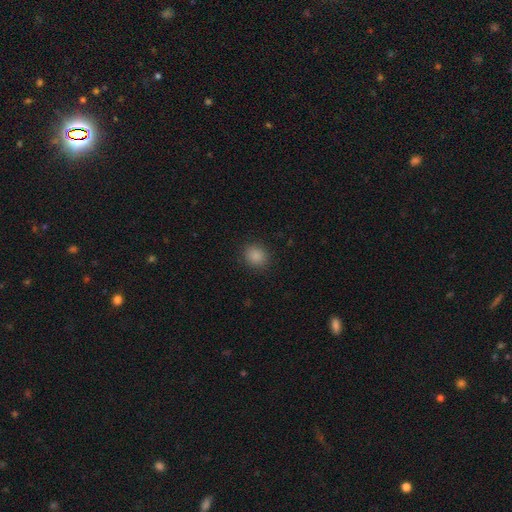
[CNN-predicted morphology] smooth_or_featured: smooth (p=0.86) [alt: star or artifact p=0.11]
how_rounded: round (p=0.76) [alt: in between p=0.23]
merging: none (p=0.89) [alt: minor disturbance p=0.08]